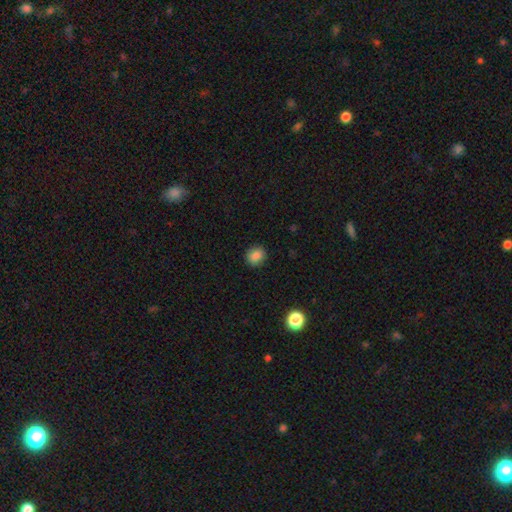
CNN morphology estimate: The model was most divided on "how rounded": round: 76%, in between: 23%, cigar-shaped: 1%. More confident: merging — none (89%); smooth or featured — smooth (86%).